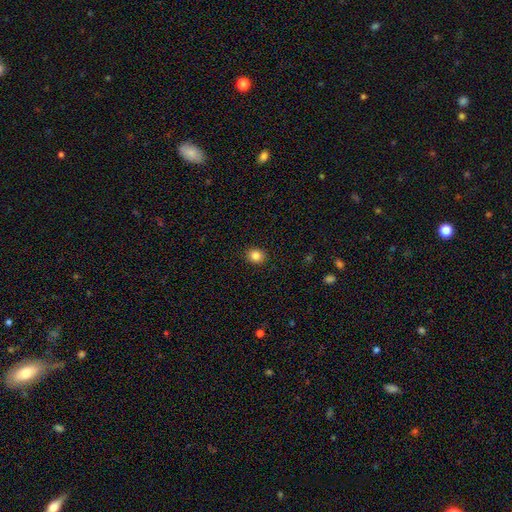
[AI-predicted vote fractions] This appears to be a smooth galaxy with no disk features (85%) that is round (69%). Merging: none (91%).